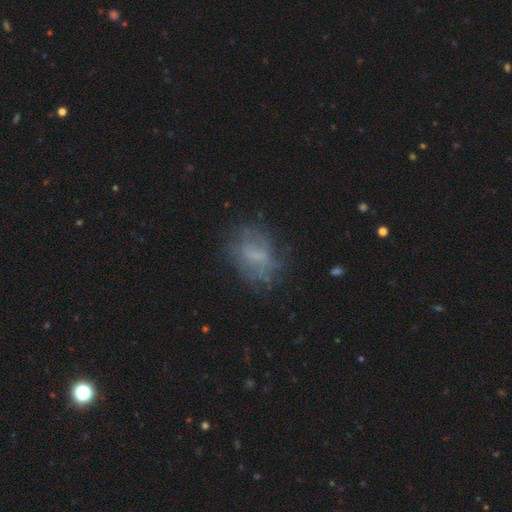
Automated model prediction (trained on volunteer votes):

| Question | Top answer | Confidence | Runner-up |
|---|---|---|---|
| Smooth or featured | smooth | 46% | featured or disk (40%) |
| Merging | none | 63% | minor disturbance (20%) |